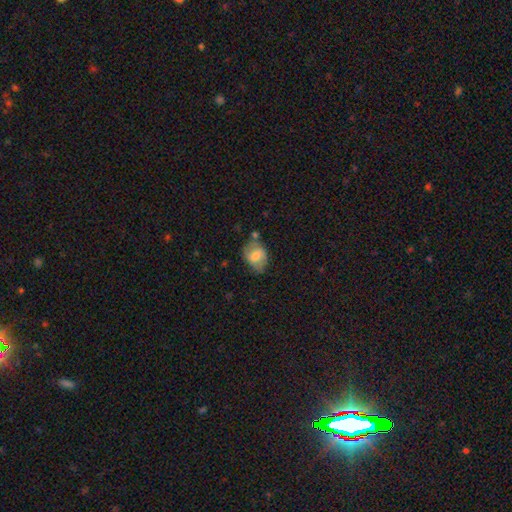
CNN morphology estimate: Smooth or featured? smooth (61%)
How rounded? in between (66%)
Merging? none (58%)